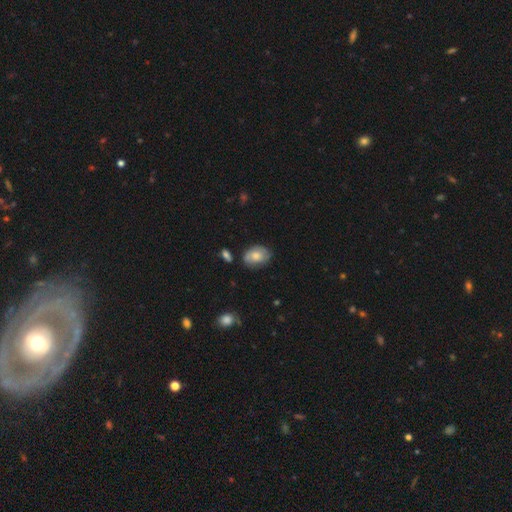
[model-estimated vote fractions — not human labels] Smooth or featured: smooth — 62% (featured or disk — 30%)
How rounded: in between — 76% (round — 22%)
Merging: none — 64% (minor disturbance — 26%)